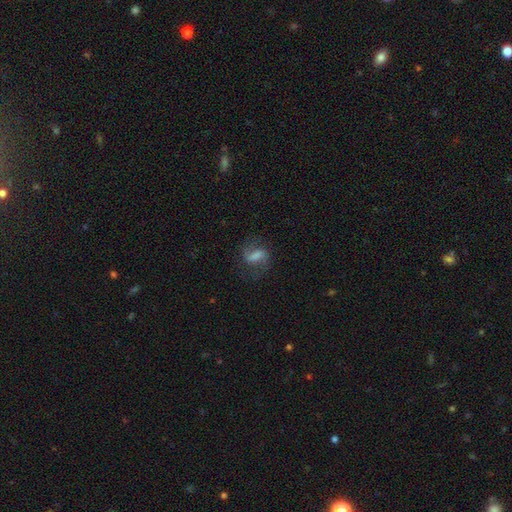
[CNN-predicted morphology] type=featured or disk (65%); edge-on=no (95%); bar=weak (42%); spiral arms=yes (90%); winding=loose (50%); arm count=2 (87%); bulge=none (35%); merging=none (72%).